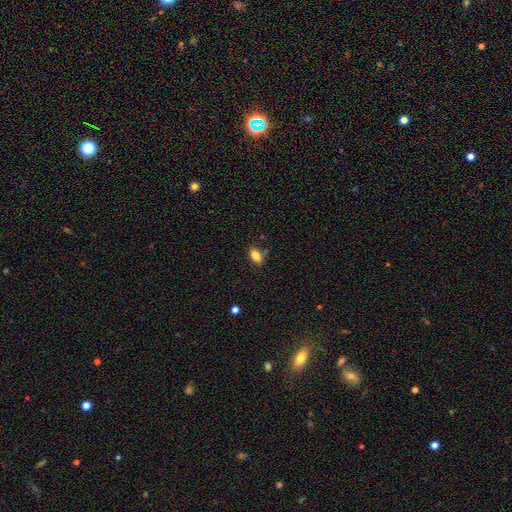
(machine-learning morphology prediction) Q: Smooth or featured?
A: smooth (83%); runner-up: star or artifact (9%)
Q: How rounded?
A: in between (89%); runner-up: round (7%)
Q: Merging?
A: none (78%); runner-up: minor disturbance (13%)